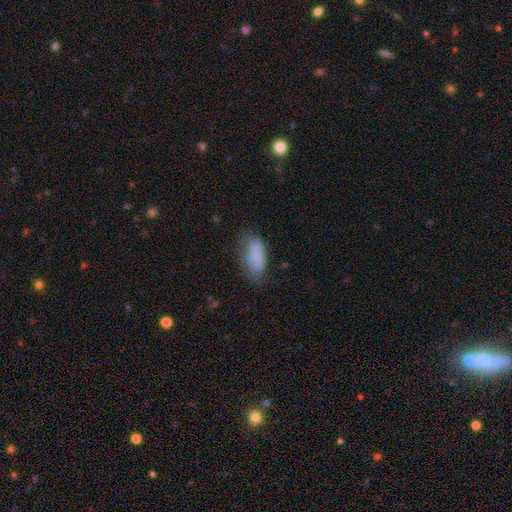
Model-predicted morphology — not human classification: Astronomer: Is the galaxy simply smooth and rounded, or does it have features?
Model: smooth — 76%.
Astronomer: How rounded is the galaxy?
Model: in between — 86%.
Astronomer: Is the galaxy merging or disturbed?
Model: none — 52% (runner-up: minor disturbance, 30%).